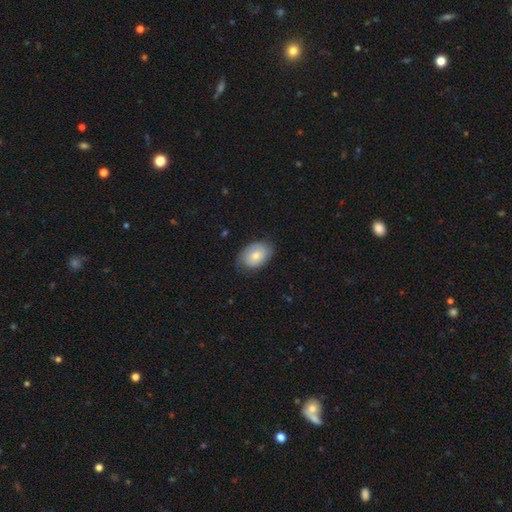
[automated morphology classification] smooth-or-featured: smooth: 75% | featured or disk: 18% | star or artifact: 7%
  how-rounded: in between: 86% | round: 13% | cigar-shaped: 1%
  merging: none: 73% | minor disturbance: 21% | major disturbance: 5% | merger: 1%